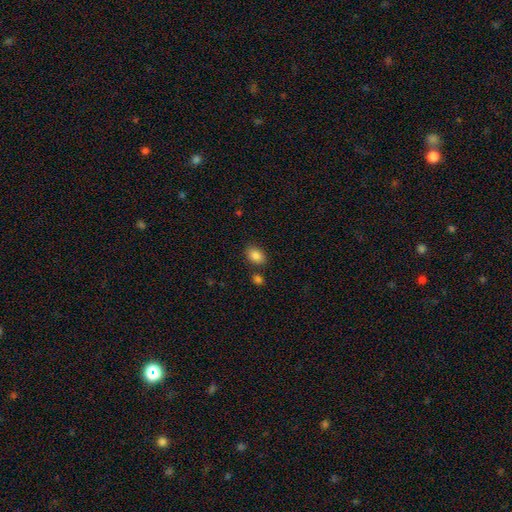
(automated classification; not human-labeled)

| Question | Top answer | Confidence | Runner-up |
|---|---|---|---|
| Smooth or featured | smooth | 85% | star or artifact (9%) |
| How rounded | in between | 79% | round (19%) |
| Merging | none | 79% | minor disturbance (11%) |